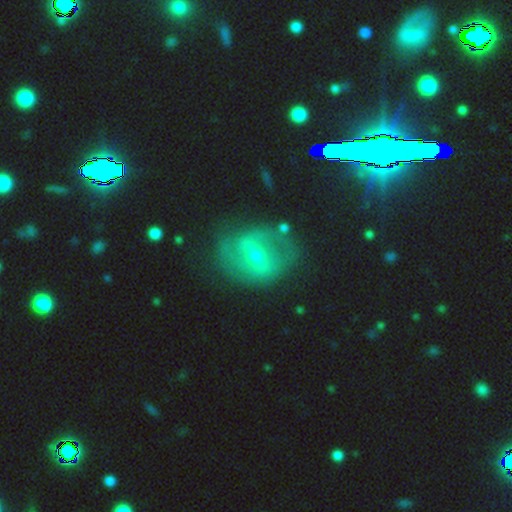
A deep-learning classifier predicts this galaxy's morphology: A featured or disk galaxy (70%) with a strong bar (50%), no spiral arms (53%) and a moderate central bulge (52%). Merging: none (66%).